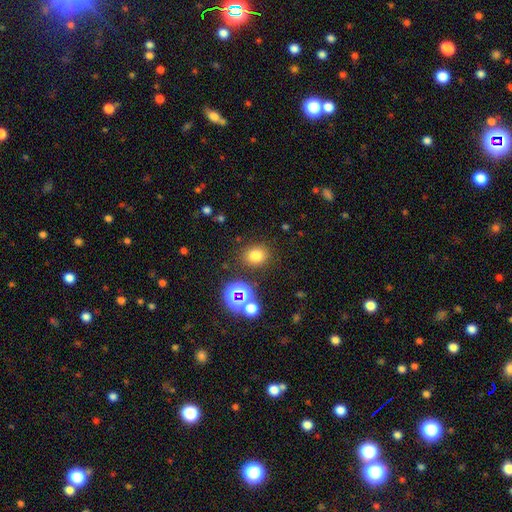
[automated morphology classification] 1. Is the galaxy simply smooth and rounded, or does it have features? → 73% smooth, 20% star or artifact, 7% featured or disk.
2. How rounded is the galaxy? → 67% round, 32% in between, 1% cigar-shaped.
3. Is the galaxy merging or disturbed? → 83% none, 9% minor disturbance, 5% merger, 4% major disturbance.